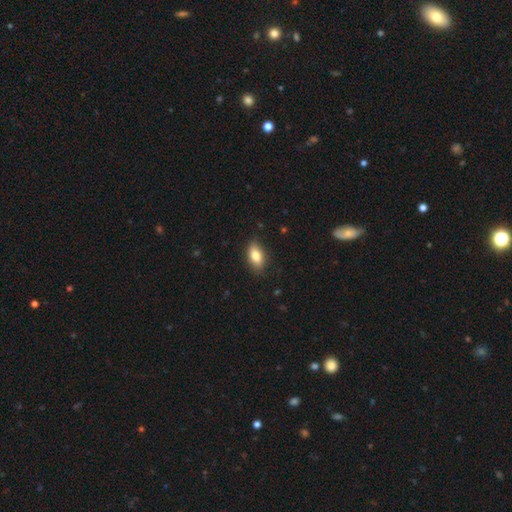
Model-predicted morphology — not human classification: Smooth or featured? Predicted: smooth (p=0.83). How rounded? Predicted: in between (p=0.89). Merging? Predicted: none (p=0.85).